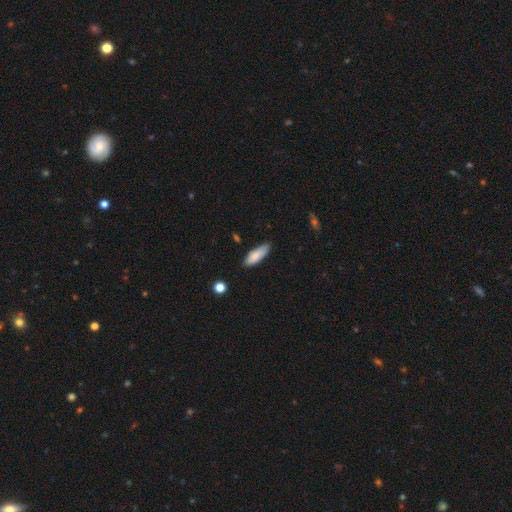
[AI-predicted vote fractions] Overall: smooth (83%). How rounded: in between (63%; cigar-shaped 36%). Merging: none (77%).